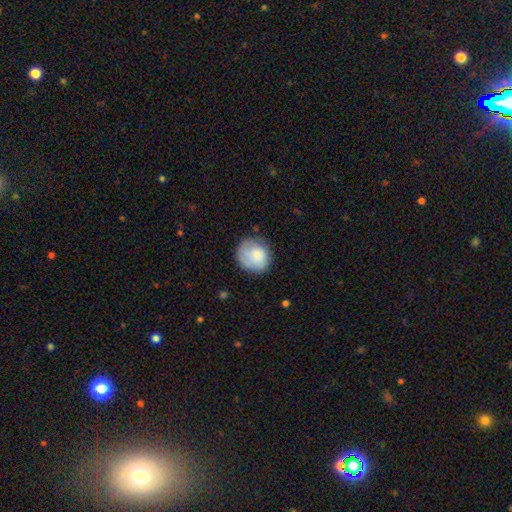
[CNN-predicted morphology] Smooth or featured?
  - smooth: 81% *
  - featured or disk: 12%
  - star or artifact: 7%
How rounded?
  - round: 82% *
  - in between: 18%
  - cigar-shaped: 1%
Merging?
  - none: 69% *
  - minor disturbance: 21%
  - major disturbance: 8%
  - merger: 2%